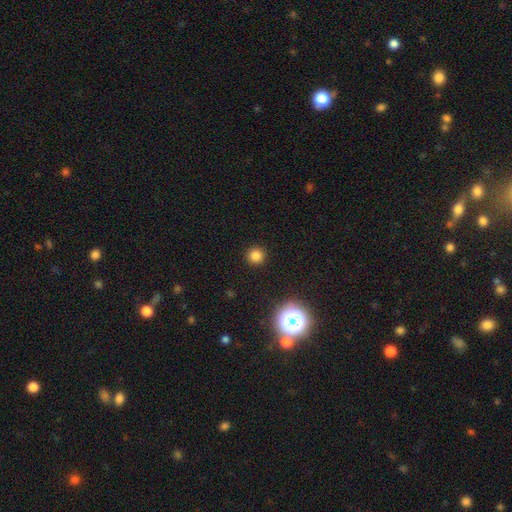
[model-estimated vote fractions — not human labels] A smooth galaxy with no disk features (80%) that is round (95%). Merging: none (92%).